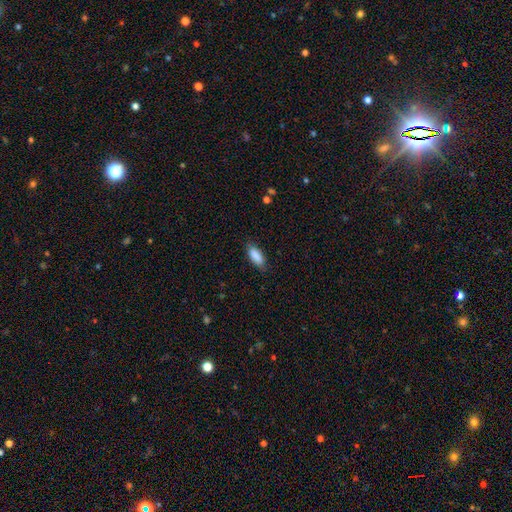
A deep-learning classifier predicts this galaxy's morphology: Overall: smooth (89%). How rounded: in between (79%). Merging: none (83%).